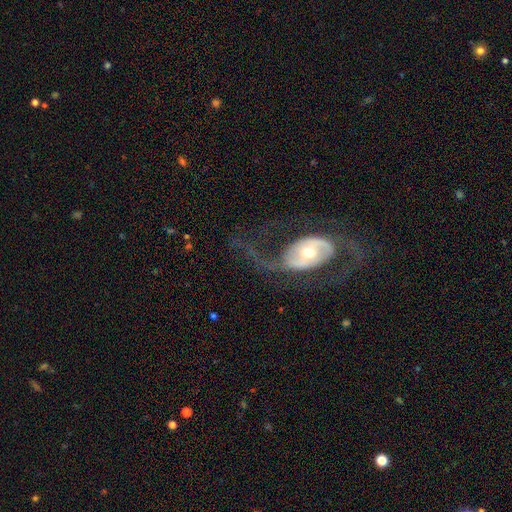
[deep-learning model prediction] Smooth or featured? Predicted: featured or disk (p=0.86). Edge-on disk? Predicted: no (p=0.96). Bar? Predicted: no (p=0.53). Spiral arms? Predicted: yes (p=0.90). Spiral winding? Predicted: medium (p=0.45). Spiral arm count? Predicted: 2 (p=0.91). Bulge size? Predicted: moderate (p=0.57). Merging? Predicted: none (p=0.66).